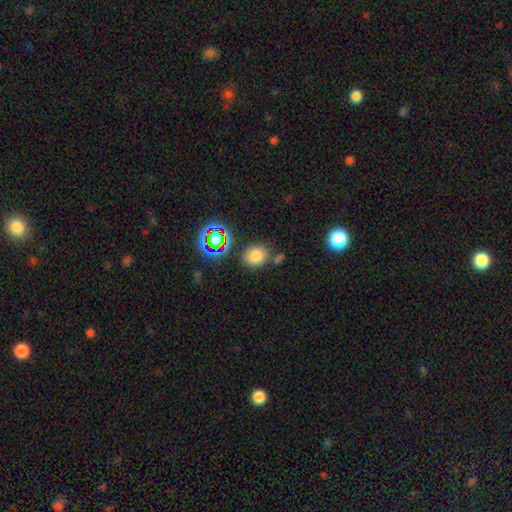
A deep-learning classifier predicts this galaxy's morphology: The model was most divided on "how rounded": round: 60%, in between: 39%, cigar-shaped: 1%. More confident: smooth or featured — smooth (77%); merging — none (75%).